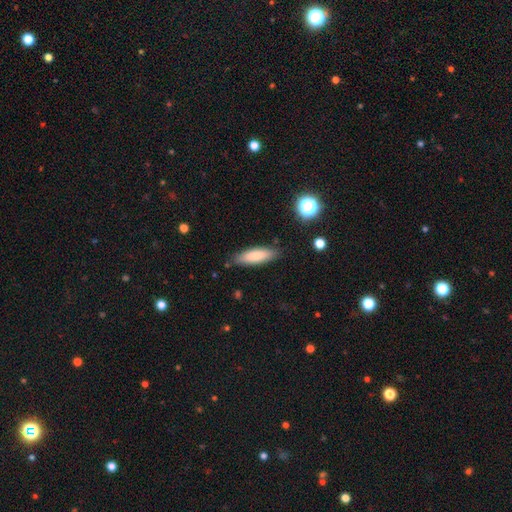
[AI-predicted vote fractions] A smooth galaxy with no disk features (81%) that is cigar-shaped (54%).

Vote fractions:
- Smooth or featured? smooth: 81% / featured or disk: 13% / star or artifact: 6%
- How rounded? cigar-shaped: 54% / in between: 44% / round: 2%
- Merging? none: 84% / minor disturbance: 12% / major disturbance: 2% / merger: 2%